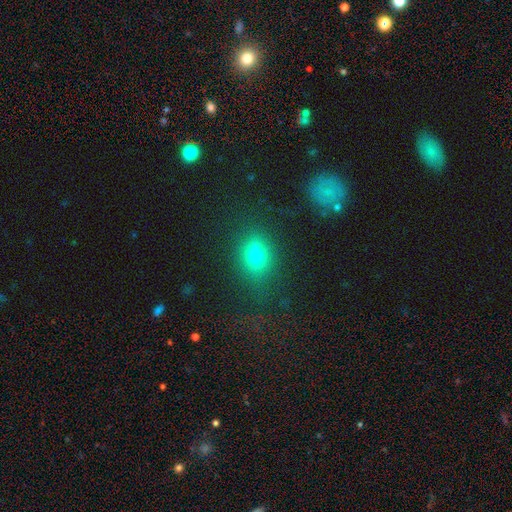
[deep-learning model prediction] Smooth or featured?
  - smooth: 72% *
  - star or artifact: 17%
  - featured or disk: 11%
How rounded?
  - in between: 57% *
  - round: 40%
  - cigar-shaped: 3%
Merging?
  - none: 75% *
  - minor disturbance: 14%
  - major disturbance: 8%
  - merger: 4%